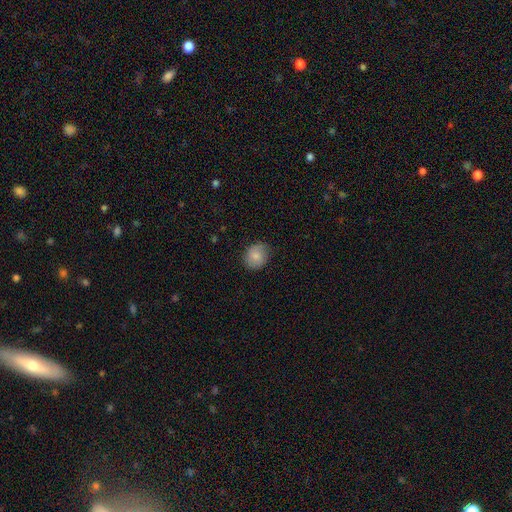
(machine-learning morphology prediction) smooth_or_featured: smooth (p=0.81) [alt: featured or disk p=0.11]
how_rounded: round (p=0.62) [alt: in between p=0.37]
merging: none (p=0.78) [alt: minor disturbance p=0.17]